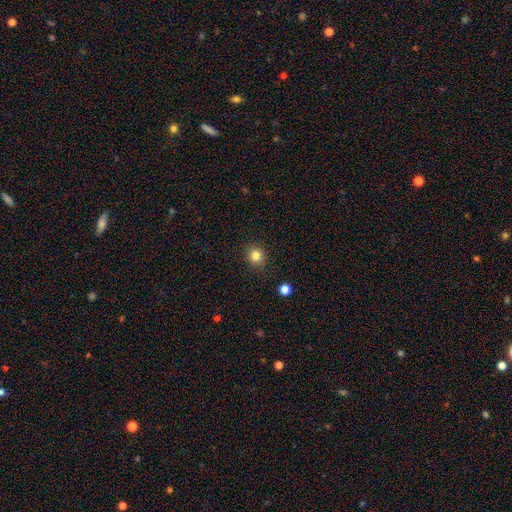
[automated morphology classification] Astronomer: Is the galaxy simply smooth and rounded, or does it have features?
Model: smooth — 82%.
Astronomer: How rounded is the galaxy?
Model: round — 87%.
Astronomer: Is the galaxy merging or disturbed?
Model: none — 90%.